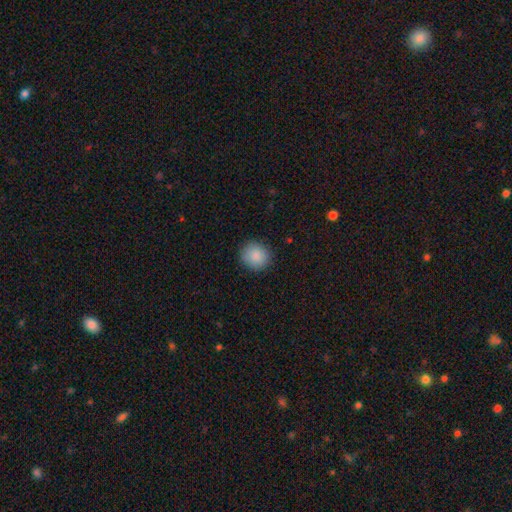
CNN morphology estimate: Smooth or featured? Predicted: smooth (p=0.89). How rounded? Predicted: round (p=0.88). Merging? Predicted: none (p=0.89).